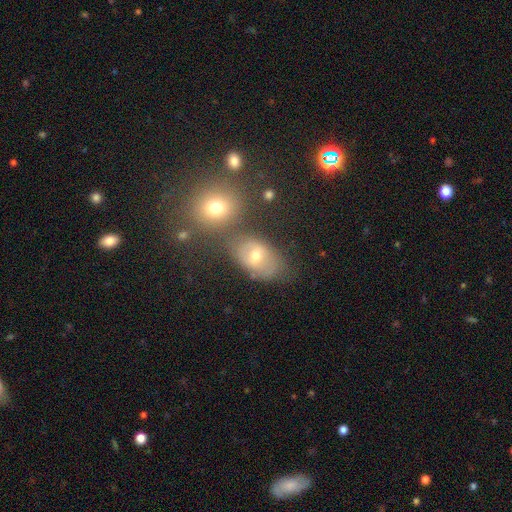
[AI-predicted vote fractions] Smooth or featured? smooth (54%)
How rounded? in between (73%)
Merging? none (59%)